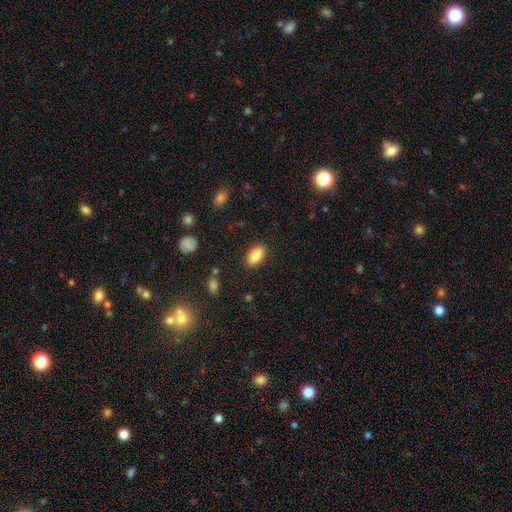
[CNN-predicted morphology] Smooth or featured?
  - smooth: 83% *
  - featured or disk: 9%
  - star or artifact: 8%
How rounded?
  - in between: 89% *
  - cigar-shaped: 8%
  - round: 3%
Merging?
  - none: 87% *
  - minor disturbance: 9%
  - major disturbance: 2%
  - merger: 1%